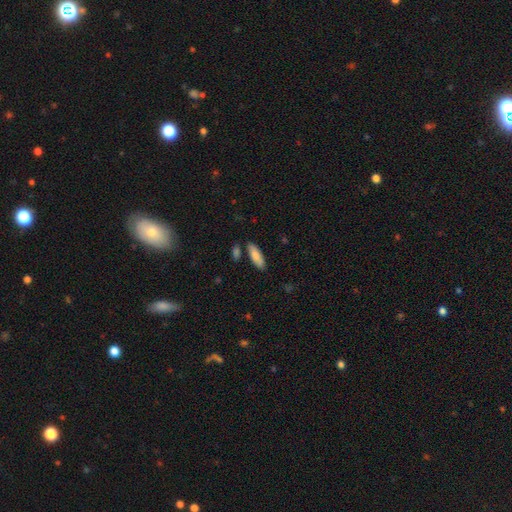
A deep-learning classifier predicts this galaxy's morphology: Q: Smooth or featured?
A: smooth (83%); runner-up: featured or disk (11%)
Q: How rounded?
A: in between (62%); runner-up: cigar-shaped (36%)
Q: Merging?
A: none (82%); runner-up: minor disturbance (10%)